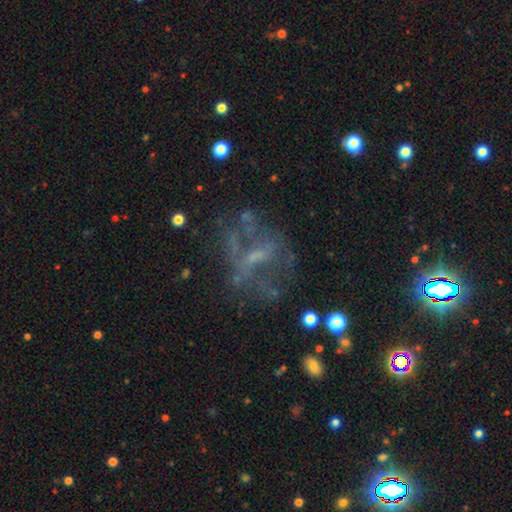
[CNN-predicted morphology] Q: Smooth or featured?
A: featured or disk (60%); runner-up: star or artifact (21%)
Q: Edge-on disk?
A: no (95%); runner-up: yes (5%)
Q: Bar?
A: no (56%); runner-up: weak (32%)
Q: Spiral arms?
A: no (75%); runner-up: yes (25%)
Q: Bulge size?
A: none (45%); runner-up: small (34%)
Q: Merging?
A: none (47%); runner-up: major disturbance (30%)